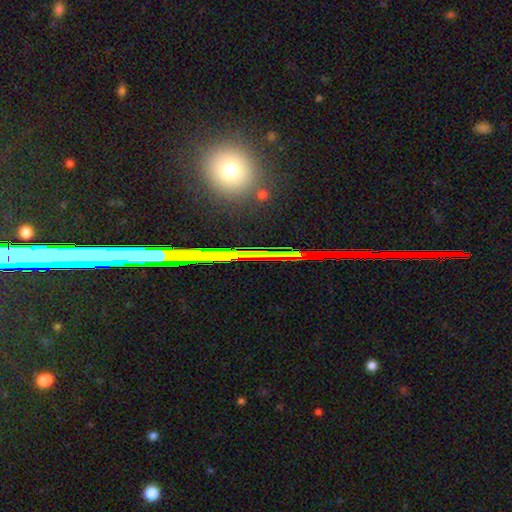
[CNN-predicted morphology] Smooth or featured? star or artifact (55%)